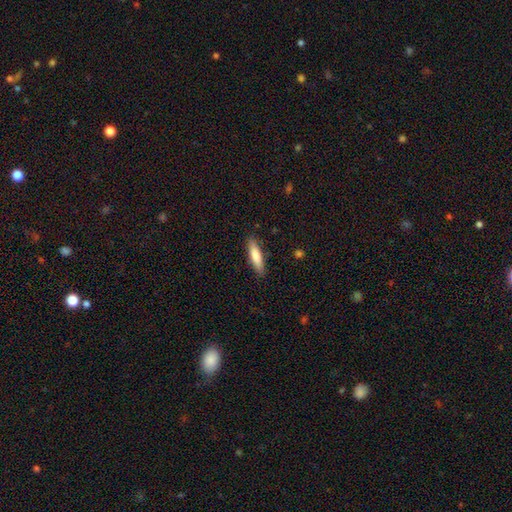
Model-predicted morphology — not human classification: Smooth or featured: smooth — 79% (featured or disk — 16%)
How rounded: cigar-shaped — 73% (in between — 26%)
Merging: none — 87% (minor disturbance — 10%)